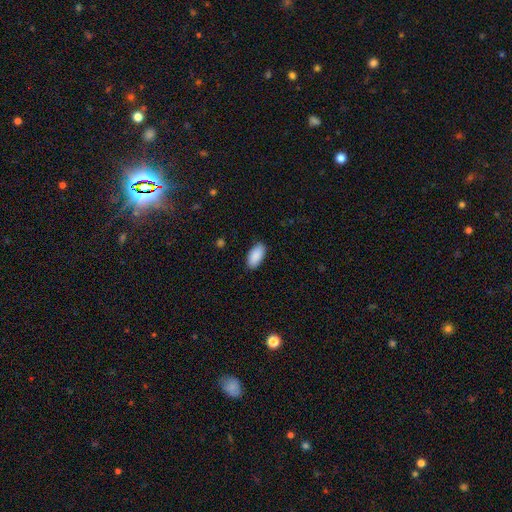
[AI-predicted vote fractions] smooth-or-featured: smooth: 90% | star or artifact: 6% | featured or disk: 4%
  how-rounded: in between: 94% | cigar-shaped: 5% | round: 2%
  merging: none: 89% | minor disturbance: 8% | major disturbance: 2% | merger: 1%